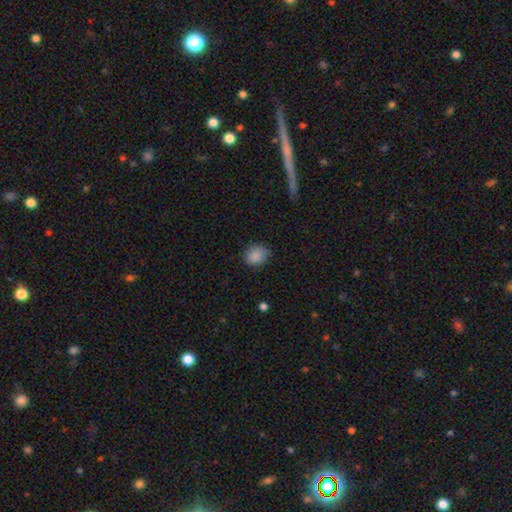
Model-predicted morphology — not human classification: A smooth galaxy with no disk features (87%) that is round (56%). Merging: none (78%).